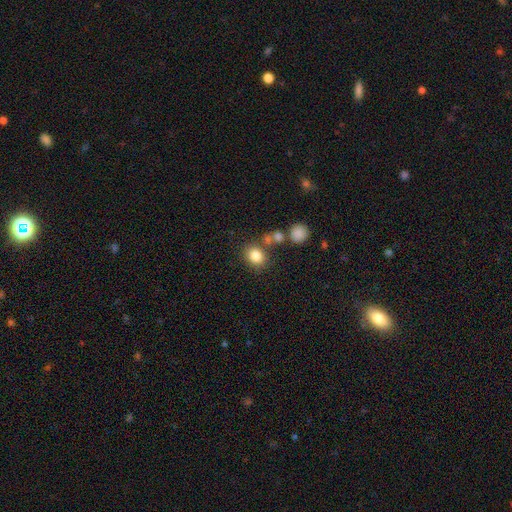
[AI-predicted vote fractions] The model was most divided on "how rounded": round: 58%, in between: 41%, cigar-shaped: 1%. More confident: smooth or featured — smooth (83%); merging — none (72%).